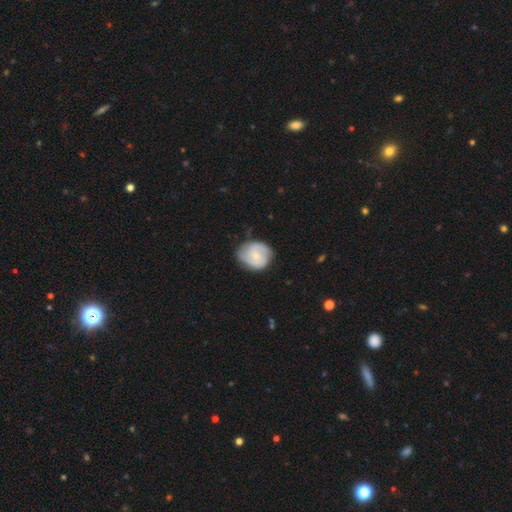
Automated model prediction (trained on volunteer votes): Q: Smooth or featured?
A: featured or disk (62%); runner-up: smooth (32%)
Q: Edge-on disk?
A: no (98%); runner-up: yes (2%)
Q: Bar?
A: no (60%); runner-up: weak (34%)
Q: Spiral arms?
A: yes (90%); runner-up: no (10%)
Q: Spiral winding?
A: medium (43%); runner-up: tight (42%)
Q: Spiral arm count?
A: 2 (64%); runner-up: can't tell (16%)
Q: Bulge size?
A: small (63%); runner-up: moderate (29%)
Q: Merging?
A: none (71%); runner-up: minor disturbance (22%)